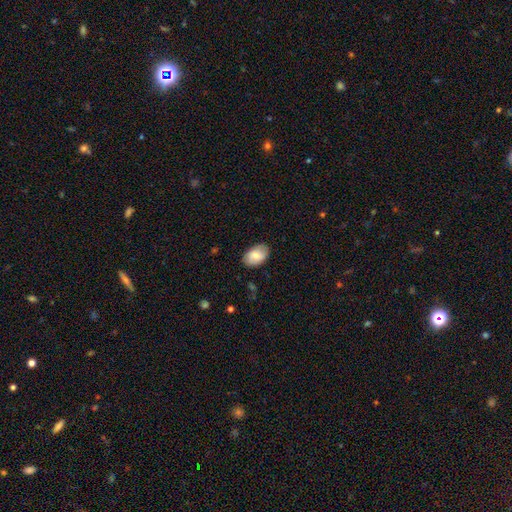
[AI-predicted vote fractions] Smooth or featured?
  - smooth: 76% *
  - featured or disk: 17%
  - star or artifact: 7%
How rounded?
  - in between: 91% *
  - round: 8%
  - cigar-shaped: 1%
Merging?
  - none: 83% *
  - minor disturbance: 13%
  - major disturbance: 3%
  - merger: 1%